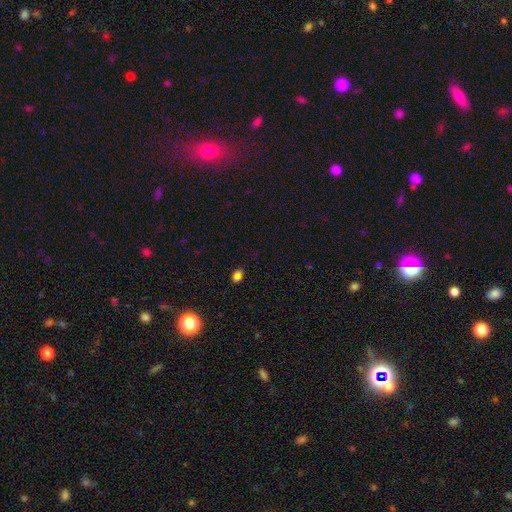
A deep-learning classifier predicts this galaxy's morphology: smooth-or-featured: star or artifact: 51% | smooth: 37% | featured or disk: 12%